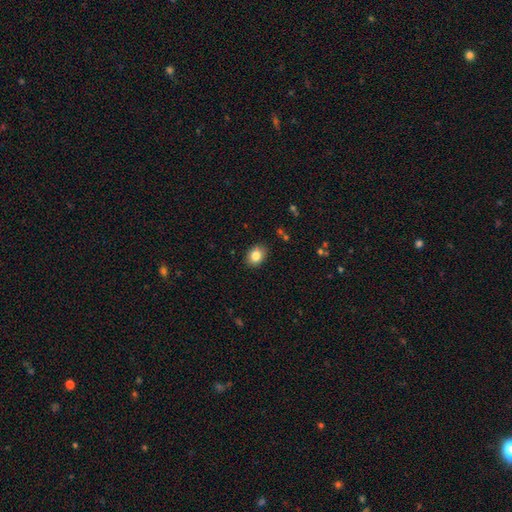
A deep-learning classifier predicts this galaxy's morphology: Q: Smooth or featured?
A: smooth (84%); runner-up: star or artifact (9%)
Q: How rounded?
A: in between (62%); runner-up: round (38%)
Q: Merging?
A: none (88%); runner-up: minor disturbance (8%)